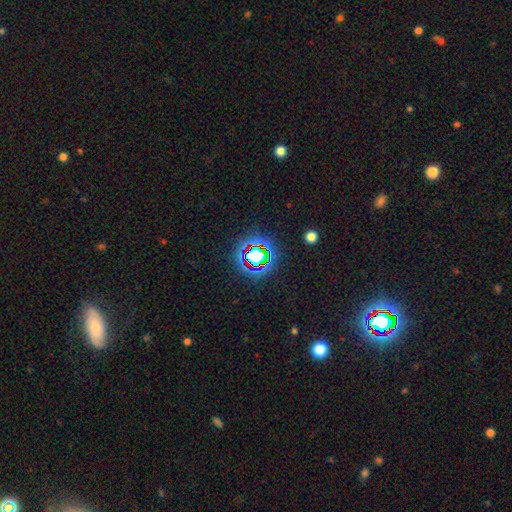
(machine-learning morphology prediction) A star or artifact, not a galaxy (66%).